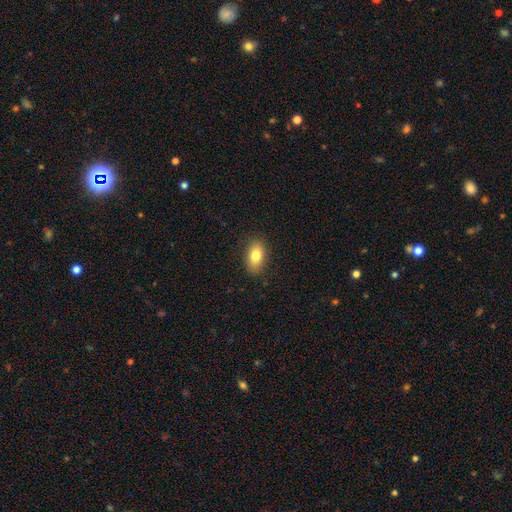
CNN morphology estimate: smooth-or-featured: smooth: 81% | featured or disk: 12% | star or artifact: 8%
  how-rounded: in between: 89% | round: 7% | cigar-shaped: 4%
  merging: none: 87% | minor disturbance: 10% | major disturbance: 2% | merger: 1%